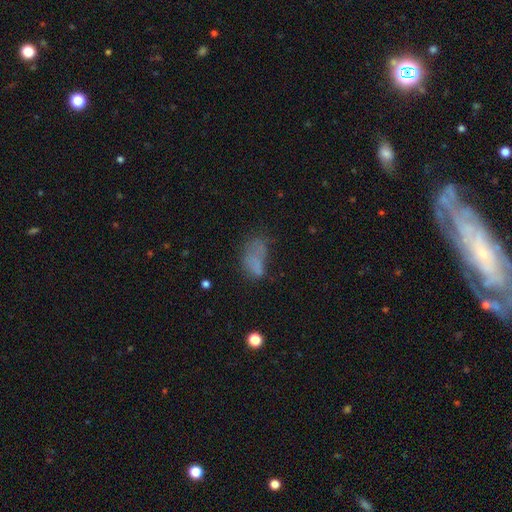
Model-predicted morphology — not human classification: Smooth or featured? Predicted: smooth (p=0.56). How rounded? Predicted: in between (p=0.85). Merging? Predicted: none (p=0.39).